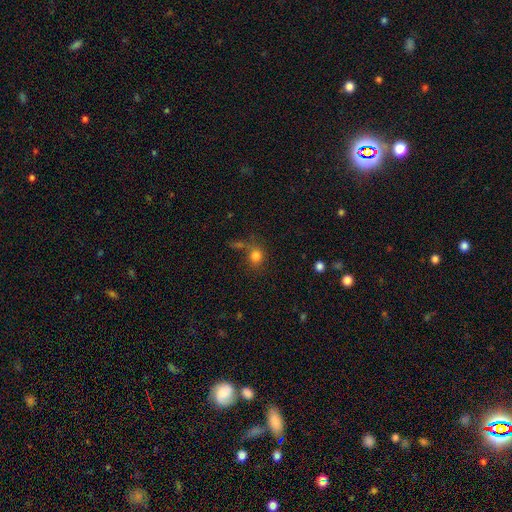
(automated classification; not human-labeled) smooth-or-featured: smooth: 81% | star or artifact: 13% | featured or disk: 7%
  how-rounded: round: 76% | in between: 22% | cigar-shaped: 1%
  merging: none: 64% | merger: 15% | minor disturbance: 13% | major disturbance: 7%